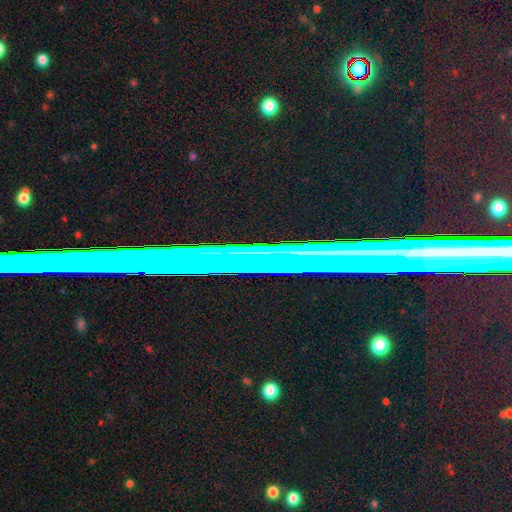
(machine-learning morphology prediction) Smooth or featured?
  - star or artifact: 65% *
  - featured or disk: 22%
  - smooth: 13%